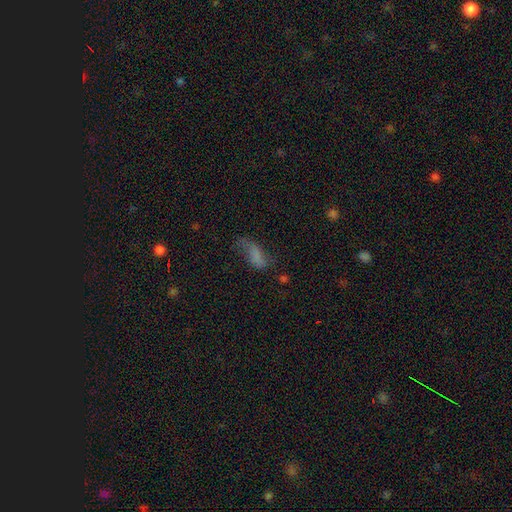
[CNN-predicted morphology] Overall: smooth (62%; featured or disk 25%). How rounded: in between (79%). Merging: none (38%; major disturbance 29%).